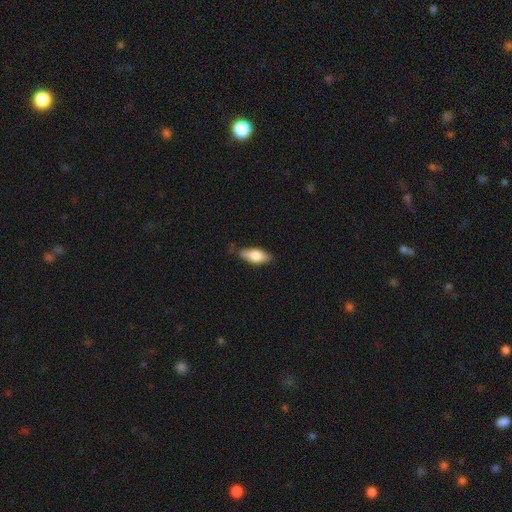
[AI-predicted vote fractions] Smooth or featured: smooth — 74% (featured or disk — 19%)
How rounded: in between — 78% (cigar-shaped — 19%)
Merging: none — 76% (minor disturbance — 19%)